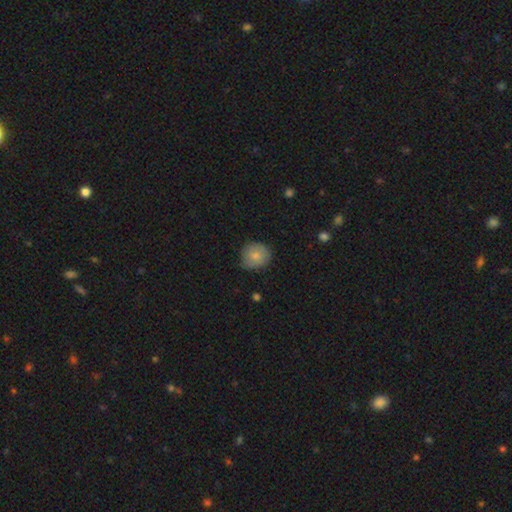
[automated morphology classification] Overall: smooth (74%). How rounded: round (82%). Merging: none (70%).